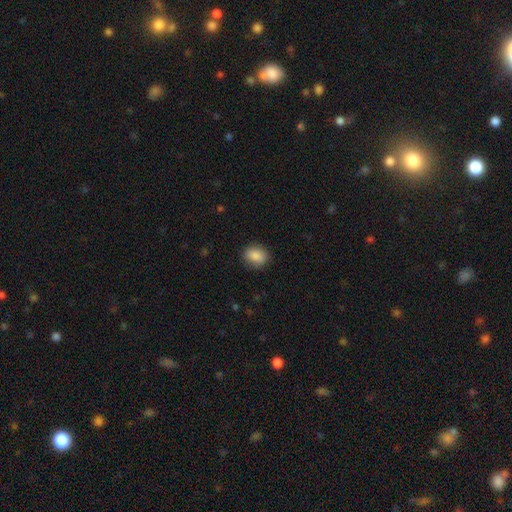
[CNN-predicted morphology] The model was most divided on "how rounded": in between: 55%, round: 44%, cigar-shaped: 1%. More confident: smooth or featured — smooth (87%); merging — none (86%).